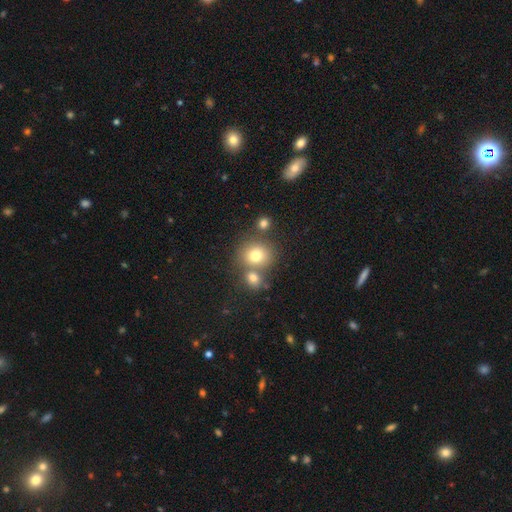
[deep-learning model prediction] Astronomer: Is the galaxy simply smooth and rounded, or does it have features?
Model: smooth — 75%.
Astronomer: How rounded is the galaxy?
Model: round — 81%.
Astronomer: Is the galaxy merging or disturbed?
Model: none — 56% (runner-up: merger, 33%).